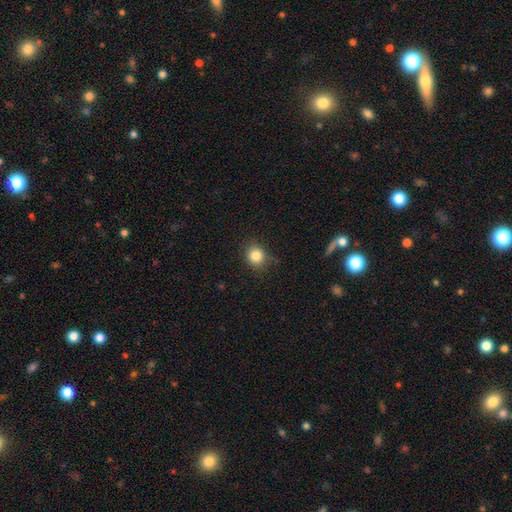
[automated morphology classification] smooth 83%, star or artifact 11%, featured or disk 6%. Down the decision tree: how rounded — round (80%); merging — none (81%).